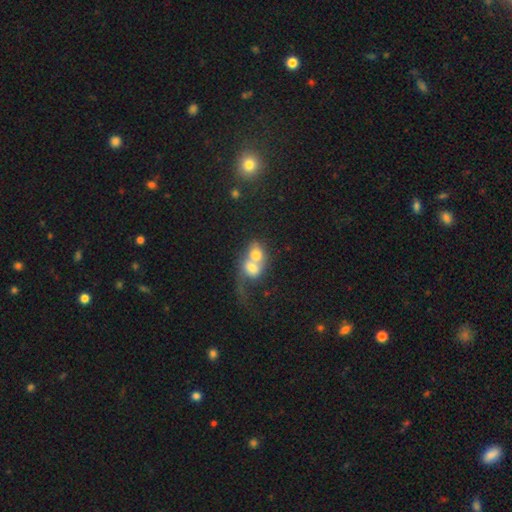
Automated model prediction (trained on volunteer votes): Smooth or featured: smooth — 61% (featured or disk — 29%)
How rounded: round — 51% (in between — 47%)
Merging: merger — 80% (none — 9%)